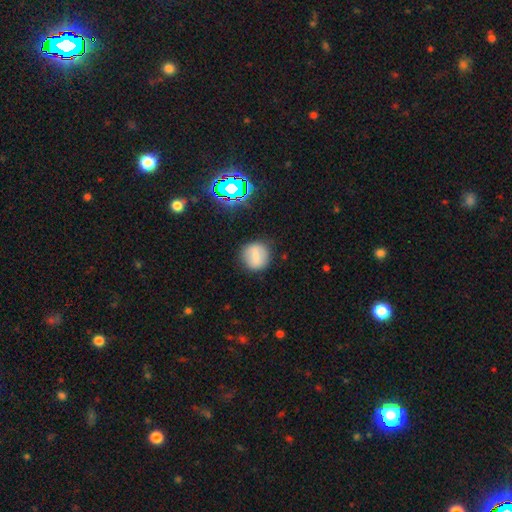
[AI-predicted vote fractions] A smooth galaxy with no disk features (63%) that is round (86%).

Vote fractions:
- Smooth or featured? smooth: 63% / featured or disk: 24% / star or artifact: 14%
- How rounded? round: 86% / in between: 13% / cigar-shaped: 1%
- Merging? none: 84% / minor disturbance: 11% / major disturbance: 4% / merger: 2%